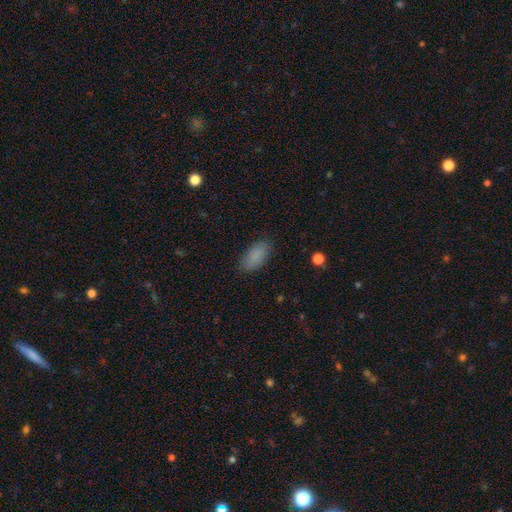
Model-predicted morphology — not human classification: A smooth galaxy with no disk features (87%) that is in between round and cigar-shaped (90%).

Vote fractions:
- Smooth or featured? smooth: 87% / star or artifact: 8% / featured or disk: 5%
- How rounded? in between: 90% / cigar-shaped: 8% / round: 2%
- Merging? none: 85% / minor disturbance: 11% / major disturbance: 3% / merger: 1%